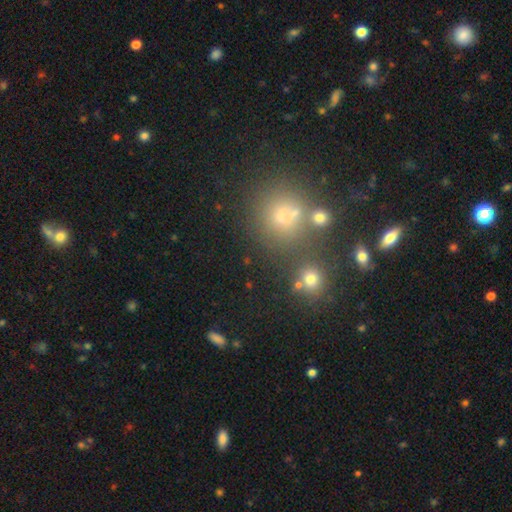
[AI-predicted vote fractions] Smooth or featured?
  - smooth: 51% *
  - star or artifact: 40%
  - featured or disk: 9%
How rounded?
  - round: 87% *
  - in between: 11%
  - cigar-shaped: 1%
Merging?
  - none: 73% *
  - merger: 15%
  - minor disturbance: 9%
  - major disturbance: 4%